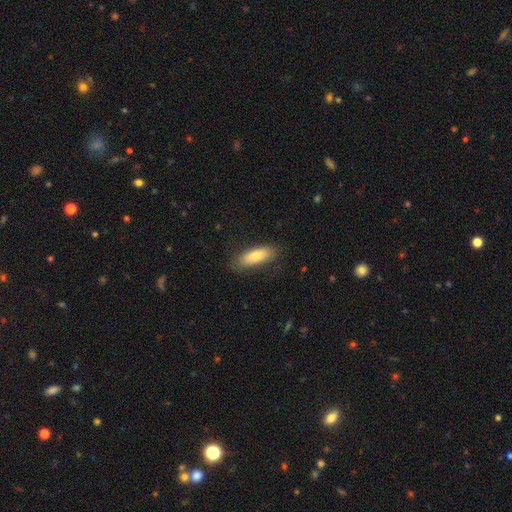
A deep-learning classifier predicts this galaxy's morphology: A smooth galaxy with no disk features (79%) that is in between round and cigar-shaped (61%). Merging: none (82%).